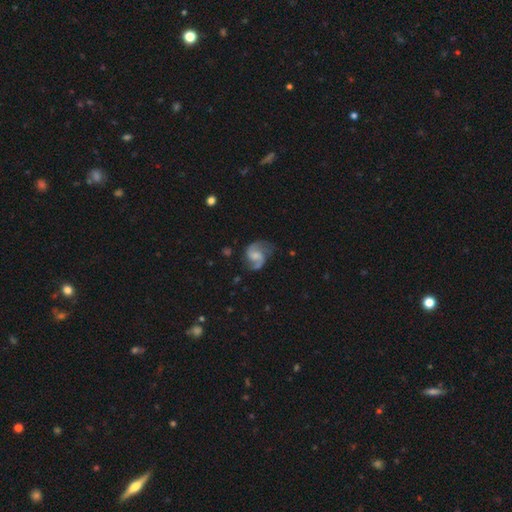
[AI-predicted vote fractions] Smooth or featured?
  - featured or disk: 83% *
  - smooth: 11%
  - star or artifact: 6%
Edge-on disk?
  - no: 98% *
  - yes: 2%
Bar?
  - weak: 49% *
  - no: 40%
  - strong: 11%
Spiral arms?
  - yes: 96% *
  - no: 4%
Spiral winding?
  - medium: 52% *
  - loose: 34%
  - tight: 13%
Spiral arm count?
  - 2: 90% *
  - can't tell: 3%
  - 1: 3%
  - 3: 2%
  - 4: 1%
  - more than 4: 1%
Bulge size?
  - moderate: 31% *
  - none: 30%
  - small: 29%
  - large: 8%
  - dominant: 1%
Merging?
  - none: 67% *
  - minor disturbance: 20%
  - major disturbance: 11%
  - merger: 2%